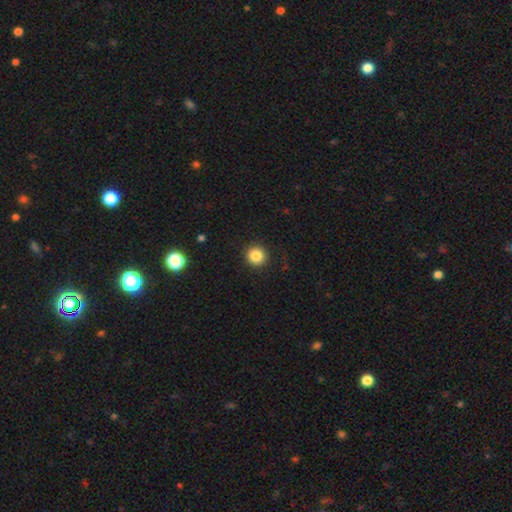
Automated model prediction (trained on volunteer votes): Smooth or featured? Predicted: smooth (p=0.84). How rounded? Predicted: round (p=0.93). Merging? Predicted: none (p=0.91).